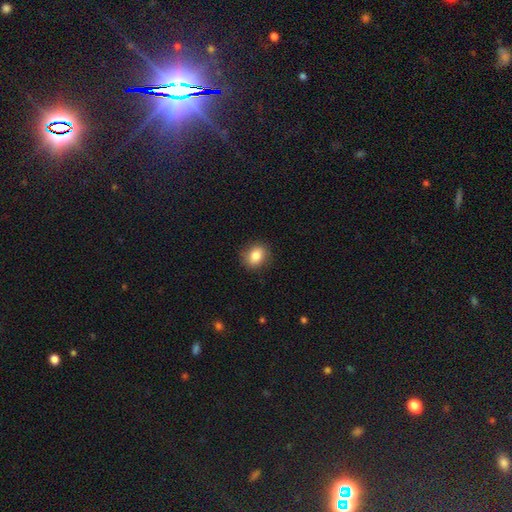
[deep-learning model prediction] smooth 84%, star or artifact 9%, featured or disk 7%. Down the decision tree: how rounded — round (55%); merging — none (86%).